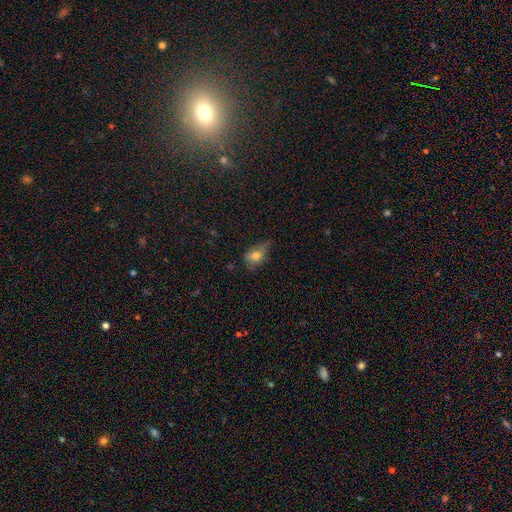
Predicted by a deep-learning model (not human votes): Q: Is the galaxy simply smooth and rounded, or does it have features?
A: smooth — 74%.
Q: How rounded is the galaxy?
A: in between — 69%.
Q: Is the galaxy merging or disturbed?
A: minor disturbance — 41%.